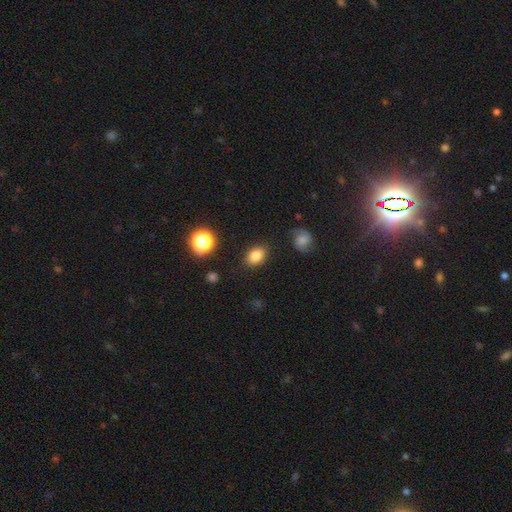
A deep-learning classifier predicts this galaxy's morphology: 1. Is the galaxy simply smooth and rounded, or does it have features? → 82% smooth, 11% star or artifact, 7% featured or disk.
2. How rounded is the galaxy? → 76% in between, 23% round, 1% cigar-shaped.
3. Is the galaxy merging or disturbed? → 83% none, 11% minor disturbance, 3% major disturbance, 2% merger.